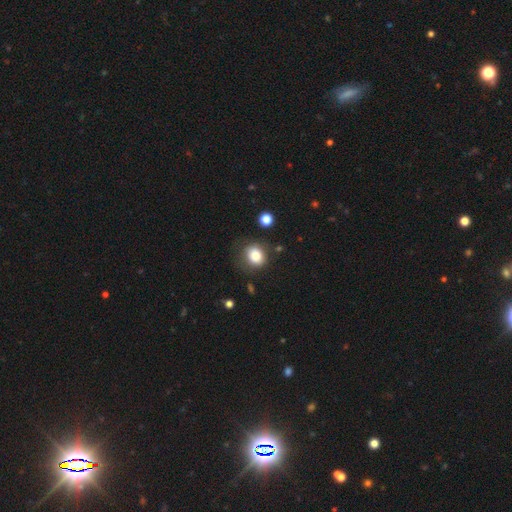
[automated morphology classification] Q: Smooth or featured?
A: smooth (80%); runner-up: star or artifact (10%)
Q: How rounded?
A: round (68%); runner-up: in between (31%)
Q: Merging?
A: none (75%); runner-up: minor disturbance (16%)